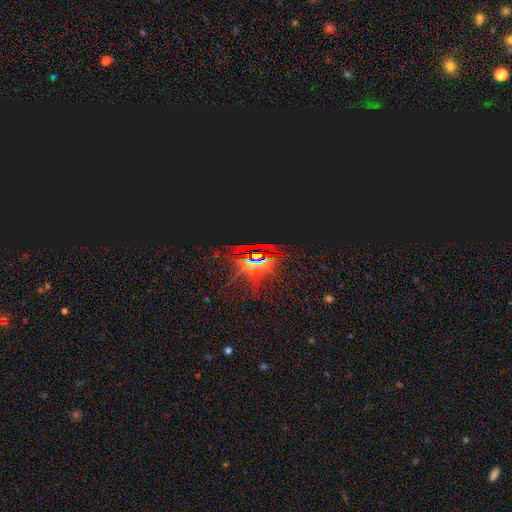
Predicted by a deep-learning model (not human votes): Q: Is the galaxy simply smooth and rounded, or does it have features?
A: star or artifact — 85%.